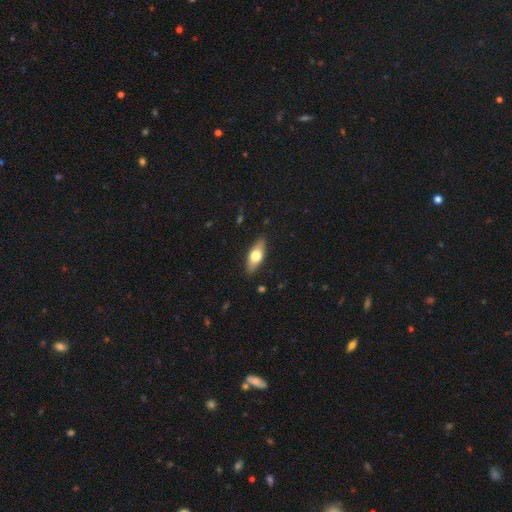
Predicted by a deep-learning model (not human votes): smooth_or_featured: smooth (p=0.57) [alt: featured or disk p=0.37]
how_rounded: in between (p=0.72) [alt: cigar-shaped p=0.24]
merging: none (p=0.86) [alt: minor disturbance p=0.10]